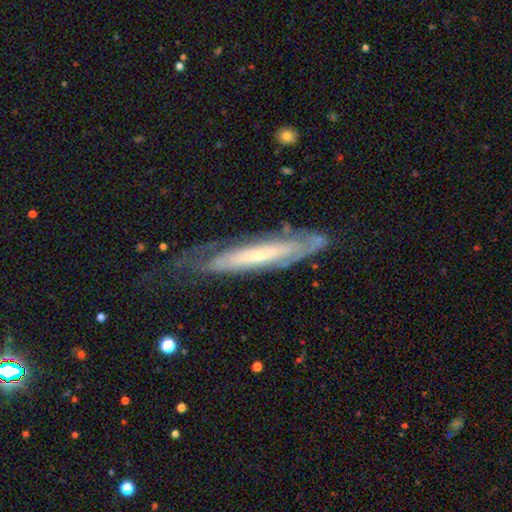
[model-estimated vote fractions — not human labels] Smooth or featured: featured or disk — 71% (smooth — 22%)
Edge-on disk: no — 52% (yes — 48%)
Merging: none — 58% (minor disturbance — 24%)